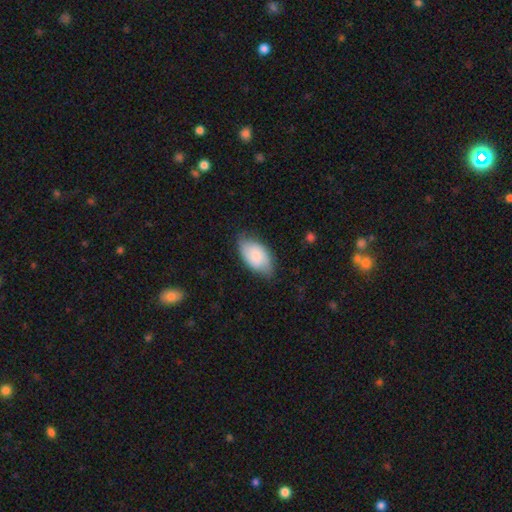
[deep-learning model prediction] The model was most divided on "merging": none: 70%, minor disturbance: 24%, major disturbance: 5%, merger: 1%. More confident: how rounded — in between (94%); smooth or featured — smooth (75%).